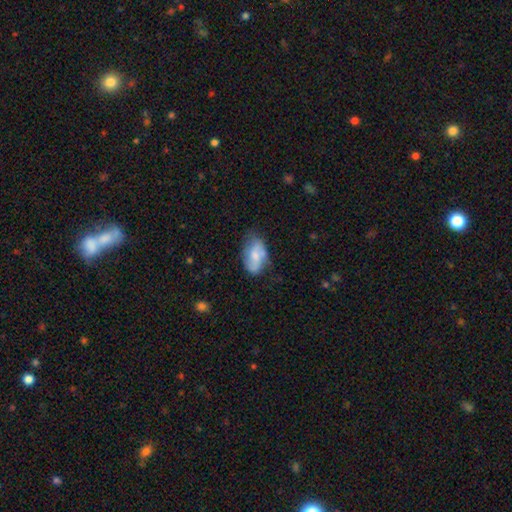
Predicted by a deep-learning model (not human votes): Q: Smooth or featured?
A: smooth (59%); runner-up: featured or disk (34%)
Q: How rounded?
A: in between (92%); runner-up: round (6%)
Q: Merging?
A: none (53%); runner-up: minor disturbance (33%)